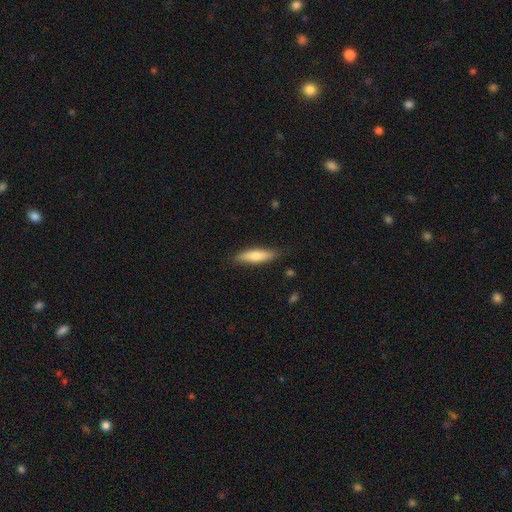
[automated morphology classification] This appears to be a smooth galaxy with no disk features (70%) that is cigar-shaped (66%). Merging: none (84%).